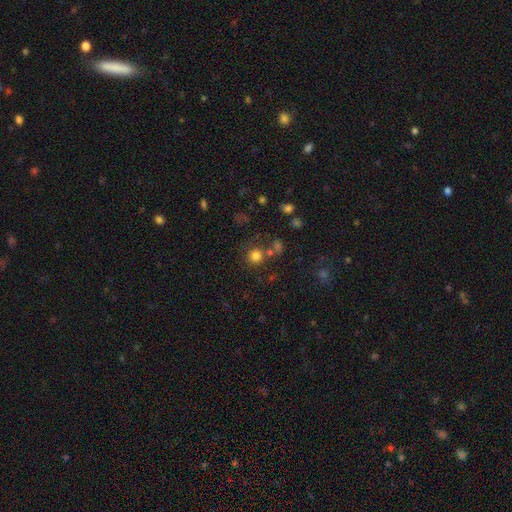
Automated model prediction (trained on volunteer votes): Smooth or featured? Predicted: smooth (p=0.79). How rounded? Predicted: round (p=0.92). Merging? Predicted: none (p=0.73).